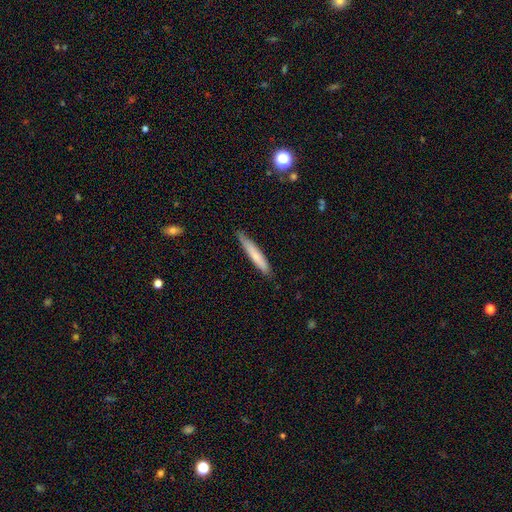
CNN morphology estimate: Smooth or featured?
  - smooth: 69% *
  - featured or disk: 25%
  - star or artifact: 6%
How rounded?
  - cigar-shaped: 93% *
  - in between: 5%
  - round: 1%
Merging?
  - none: 79% *
  - minor disturbance: 17%
  - major disturbance: 2%
  - merger: 1%